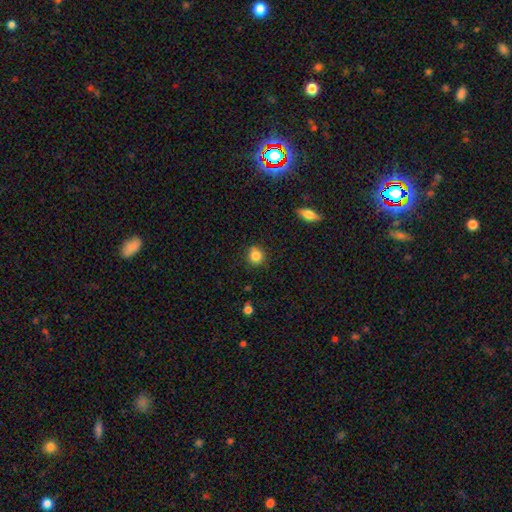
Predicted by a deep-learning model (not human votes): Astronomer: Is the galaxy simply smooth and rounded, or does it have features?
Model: smooth — 85%.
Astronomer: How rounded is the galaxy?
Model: round — 85%.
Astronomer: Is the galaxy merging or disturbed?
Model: none — 86%.